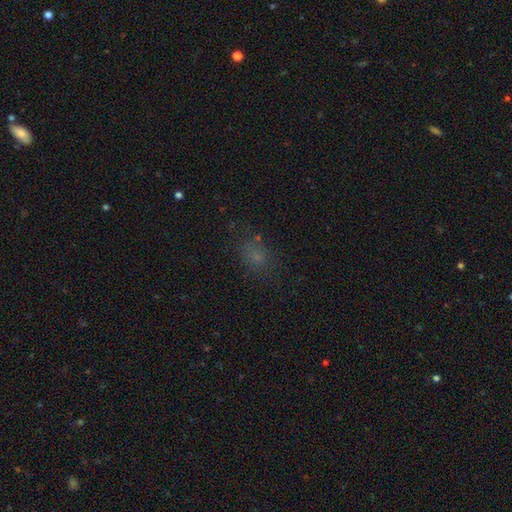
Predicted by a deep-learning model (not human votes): This is likely a smooth galaxy (62%). How rounded: possibly in between (54%). Merging: likely none (72%).